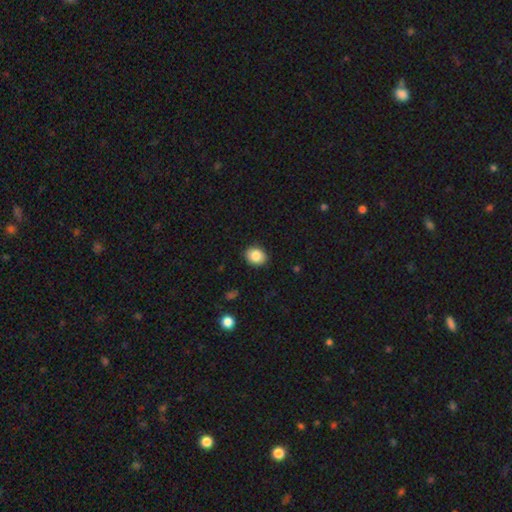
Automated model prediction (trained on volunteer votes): The model was most divided on "how rounded": round: 57%, in between: 42%, cigar-shaped: 1%. More confident: merging — none (90%); smooth or featured — smooth (86%).